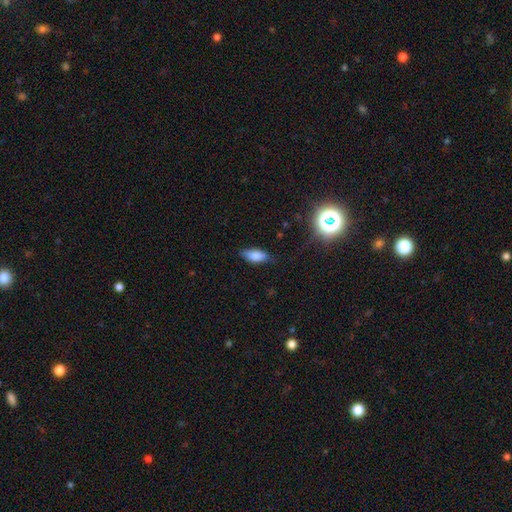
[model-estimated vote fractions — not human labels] Smooth or featured: smooth — 80% (star or artifact — 10%)
How rounded: in between — 83% (cigar-shaped — 14%)
Merging: none — 75% (minor disturbance — 20%)